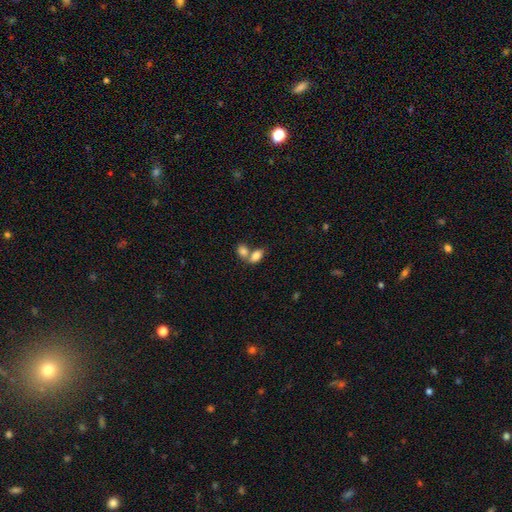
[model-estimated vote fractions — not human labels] The model was most divided on "merging": merger: 60%, none: 29%, minor disturbance: 8%, major disturbance: 4%. More confident: how rounded — in between (87%); smooth or featured — smooth (82%).